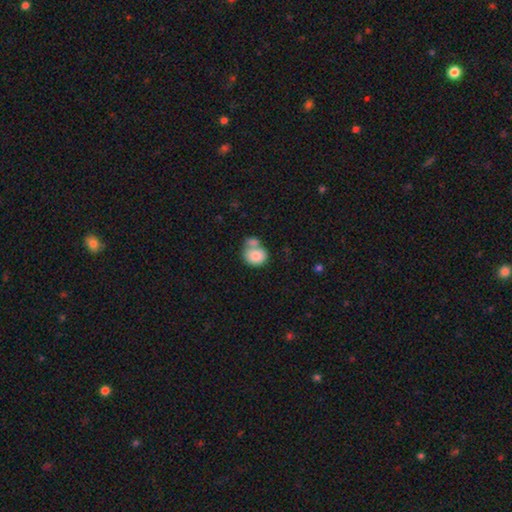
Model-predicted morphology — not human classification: This appears to be a smooth galaxy with no disk features (83%) that is round (68%). Merging: merger (46%).